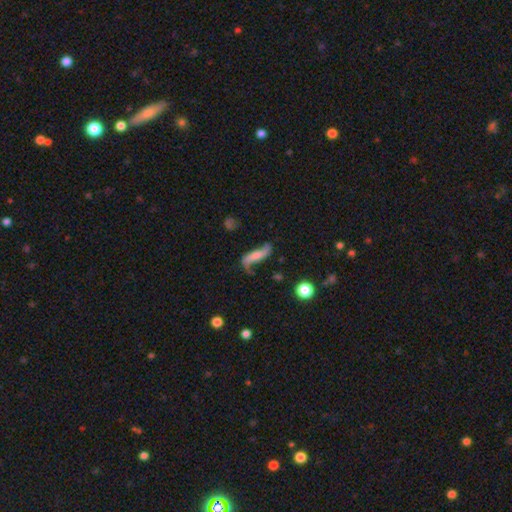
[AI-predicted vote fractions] Smooth or featured: featured or disk — 68% (smooth — 25%)
Edge-on disk: no — 82% (yes — 18%)
Bar: no — 47% (weak — 29%)
Spiral arms: yes — 91% (no — 9%)
Spiral winding: loose — 87% (medium — 9%)
Spiral arm count: 2 — 90% (1 — 4%)
Bulge size: small — 33% (none — 31%)
Merging: none — 60% (minor disturbance — 23%)